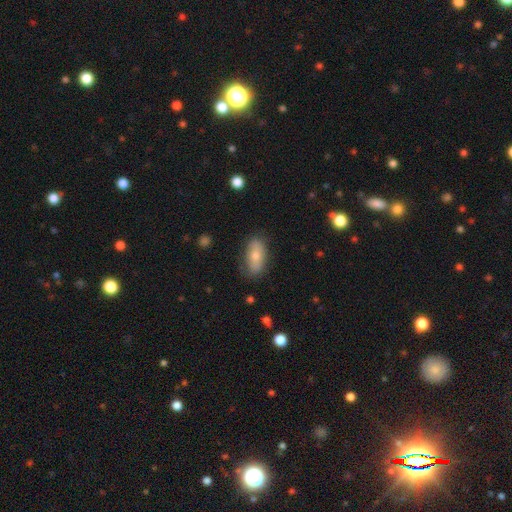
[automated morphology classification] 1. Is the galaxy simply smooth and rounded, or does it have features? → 68% smooth, 26% featured or disk, 7% star or artifact.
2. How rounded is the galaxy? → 90% in between, 6% cigar-shaped, 4% round.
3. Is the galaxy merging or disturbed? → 73% none, 20% minor disturbance, 6% major disturbance, 2% merger.